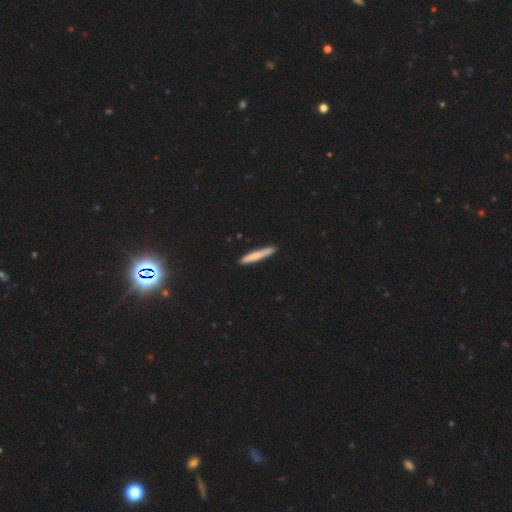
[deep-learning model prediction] Morphology: type=smooth (73%); roundness=cigar-shaped (95%); merging=none (89%).